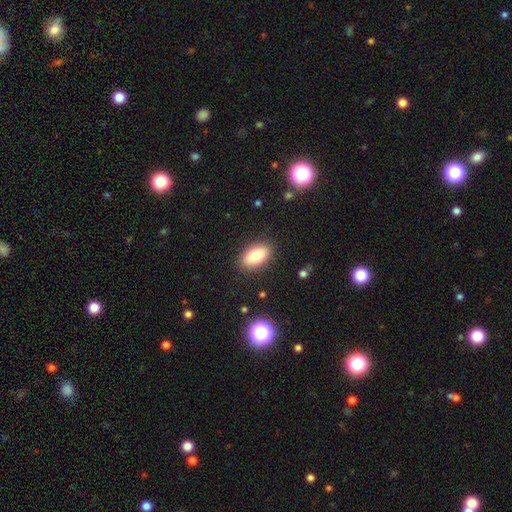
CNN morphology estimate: The model was most divided on "smooth or featured": smooth: 79%, featured or disk: 13%, star or artifact: 8%. More confident: how rounded — in between (90%); merging — none (87%).